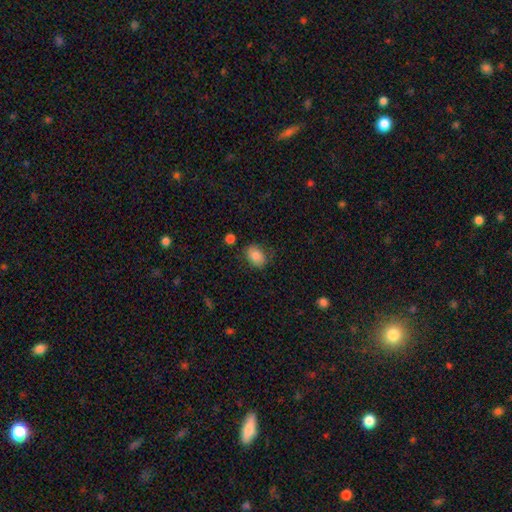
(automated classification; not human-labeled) Q: Smooth or featured?
A: smooth (85%); runner-up: star or artifact (8%)
Q: How rounded?
A: in between (73%); runner-up: round (26%)
Q: Merging?
A: none (71%); runner-up: minor disturbance (20%)